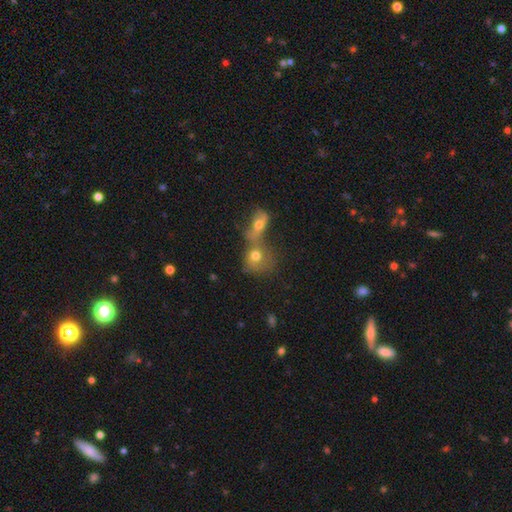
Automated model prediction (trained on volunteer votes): smooth_or_featured: smooth (p=0.68) [alt: featured or disk p=0.20]
how_rounded: round (p=0.63) [alt: in between p=0.35]
merging: merger (p=0.66) [alt: none p=0.22]